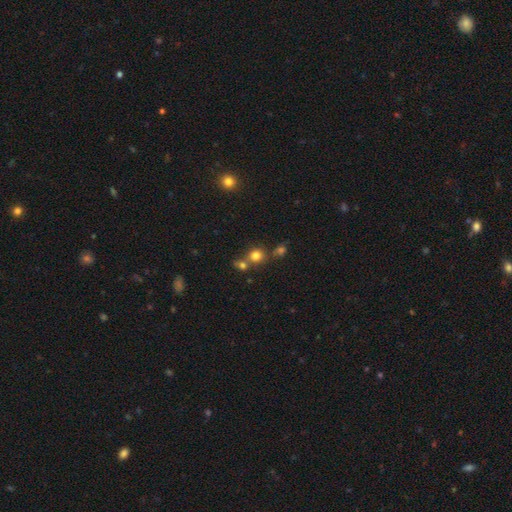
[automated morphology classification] The model was most divided on "merging": none: 59%, merger: 29%, minor disturbance: 9%, major disturbance: 4%. More confident: how rounded — round (84%); smooth or featured — smooth (76%).